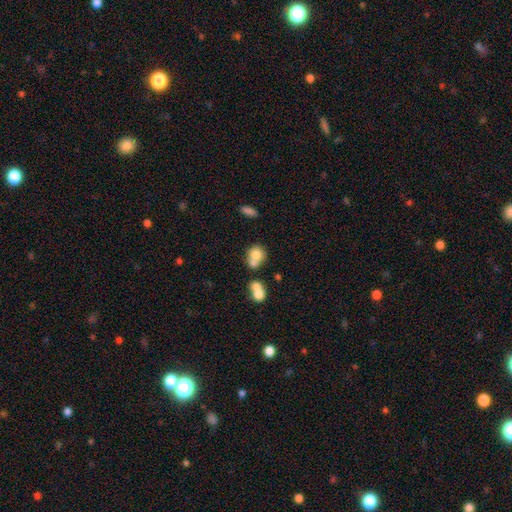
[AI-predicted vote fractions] Morphology: type=smooth (71%); roundness=round (73%); merging=merger (51%).